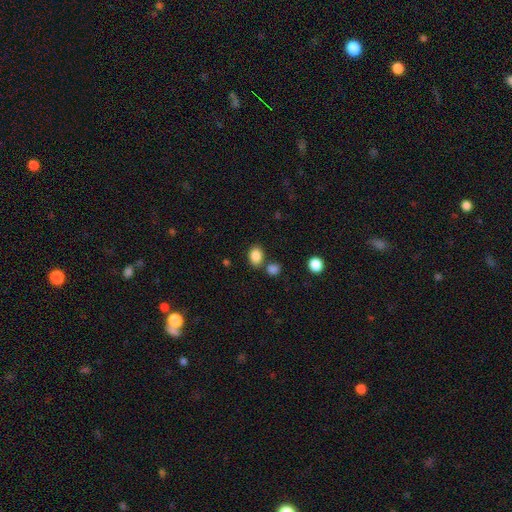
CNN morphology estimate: smooth 86%, star or artifact 10%, featured or disk 5%. Down the decision tree: how rounded — in between (66%); merging — none (68%).